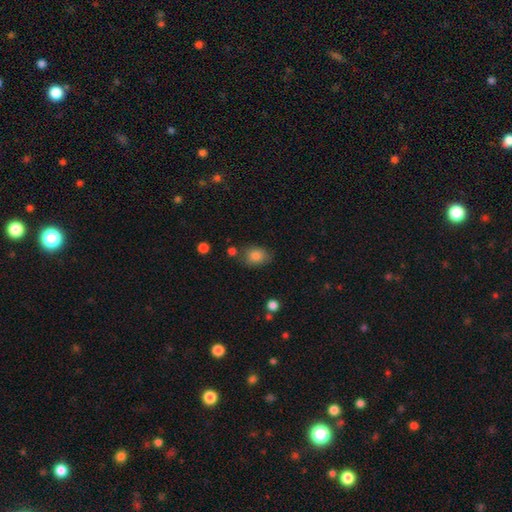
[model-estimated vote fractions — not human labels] Smooth or featured: smooth — 83% (star or artifact — 9%)
How rounded: in between — 63% (round — 36%)
Merging: none — 70% (minor disturbance — 20%)